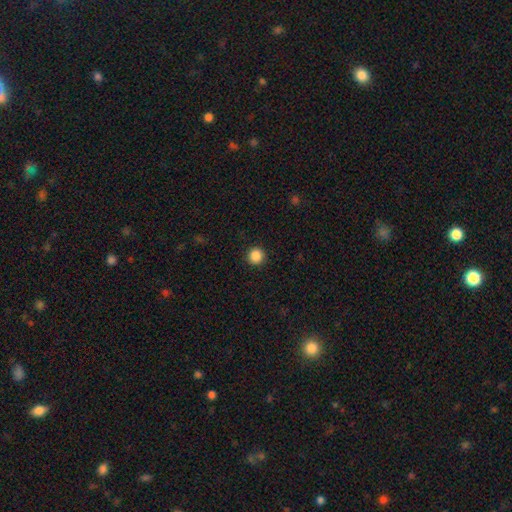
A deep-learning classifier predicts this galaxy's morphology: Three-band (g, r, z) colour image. It shows a smooth galaxy with no disk features (87%) that is round (95%). Merging: none (92%).